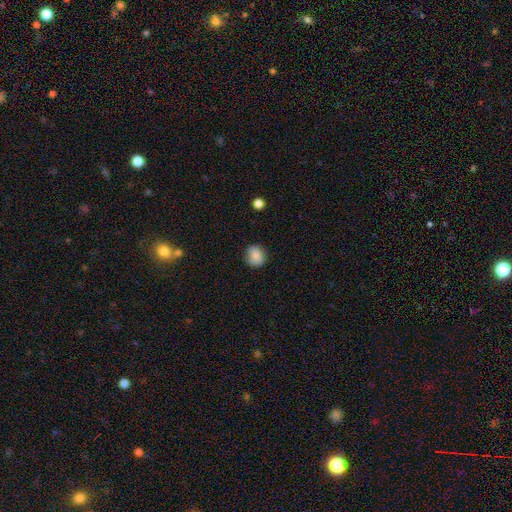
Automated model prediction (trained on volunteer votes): smooth-or-featured: smooth: 84% | star or artifact: 9% | featured or disk: 7%
  how-rounded: round: 76% | in between: 23% | cigar-shaped: 1%
  merging: none: 83% | minor disturbance: 13% | major disturbance: 3% | merger: 1%